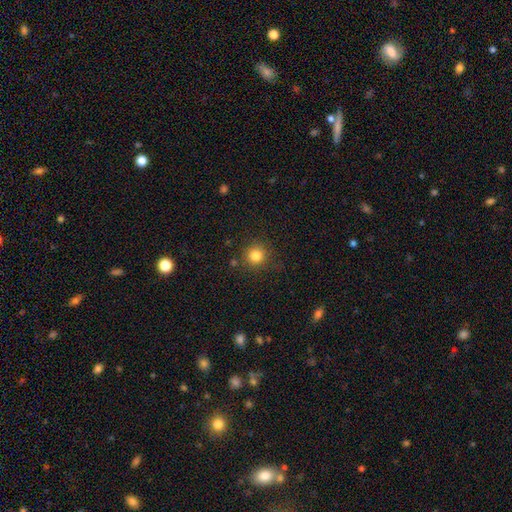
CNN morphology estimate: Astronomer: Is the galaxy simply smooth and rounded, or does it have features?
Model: smooth — 83%.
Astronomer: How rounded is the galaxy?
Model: round — 93%.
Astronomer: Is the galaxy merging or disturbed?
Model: none — 83%.